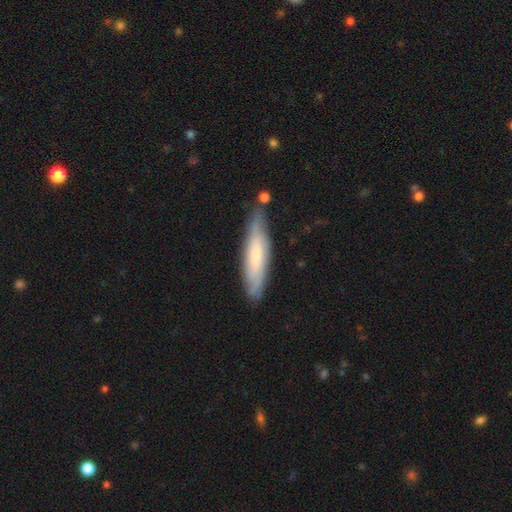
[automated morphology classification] Q: Smooth or featured?
A: smooth (53%); runner-up: featured or disk (40%)
Q: How rounded?
A: cigar-shaped (76%); runner-up: in between (22%)
Q: Merging?
A: none (75%); runner-up: minor disturbance (18%)